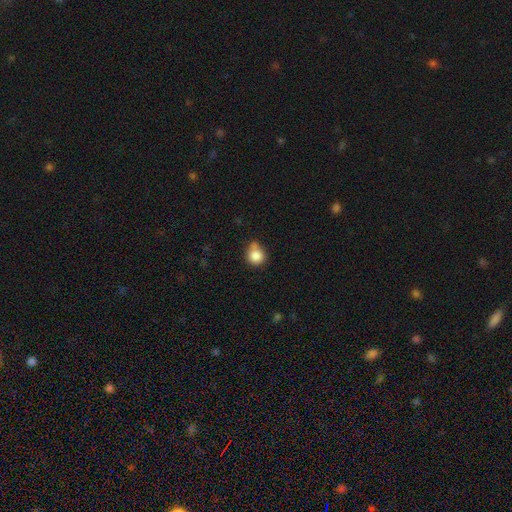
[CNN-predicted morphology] Smooth or featured? smooth (83%)
How rounded? round (84%)
Merging? none (50%)